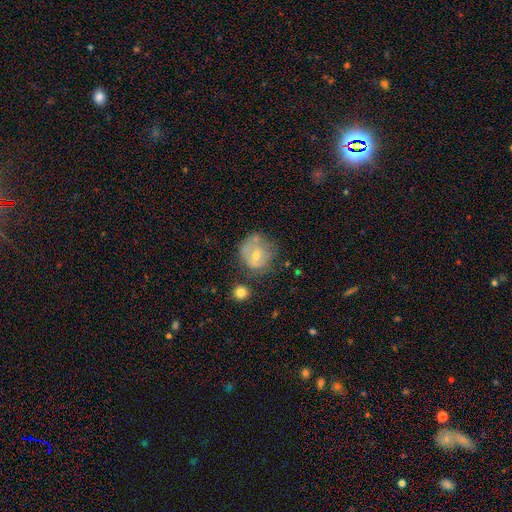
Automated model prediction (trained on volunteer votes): smooth_or_featured: featured or disk (p=0.47) [alt: smooth p=0.42]
merging: none (p=0.56) [alt: minor disturbance p=0.26]